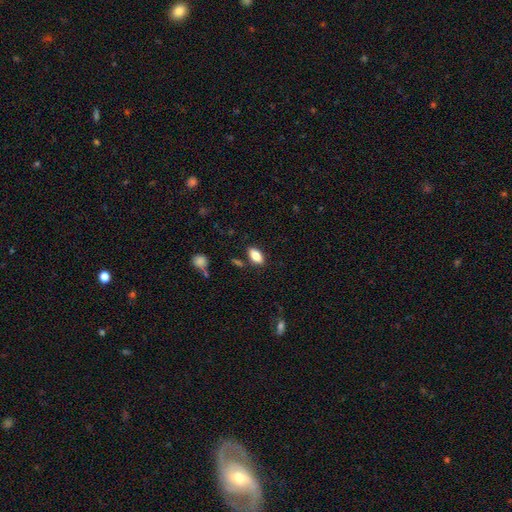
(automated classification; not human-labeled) Smooth or featured? smooth (81%)
How rounded? in between (89%)
Merging? none (83%)